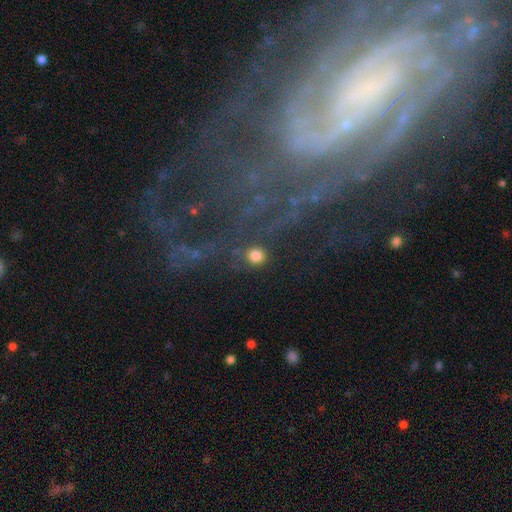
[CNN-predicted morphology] A smooth galaxy with no disk features (76%) that is round (90%). Merging: none (79%).